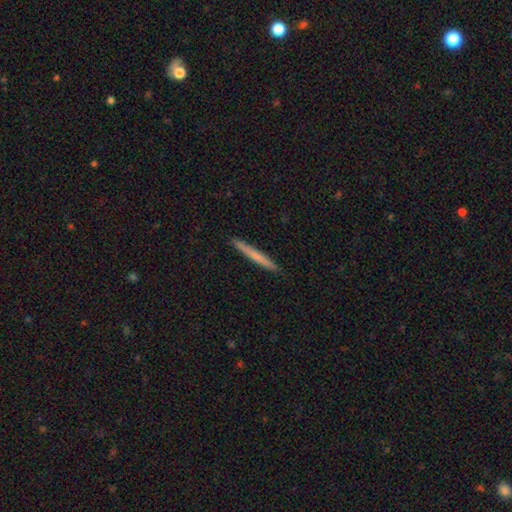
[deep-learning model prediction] Q: Smooth or featured?
A: smooth (64%); runner-up: featured or disk (31%)
Q: How rounded?
A: cigar-shaped (97%); runner-up: in between (2%)
Q: Merging?
A: none (93%); runner-up: minor disturbance (5%)